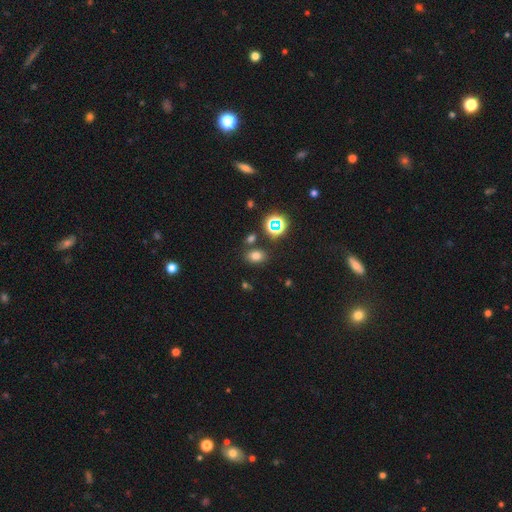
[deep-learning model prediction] Overall: smooth (72%). How rounded: in between (70%). Merging: none (78%).